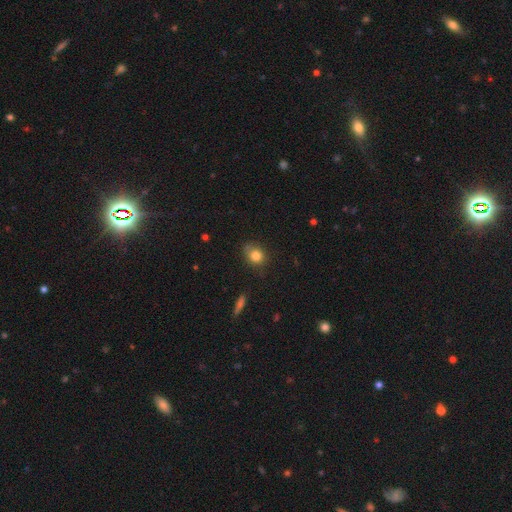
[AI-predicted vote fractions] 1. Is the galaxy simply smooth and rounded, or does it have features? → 82% smooth, 11% star or artifact, 8% featured or disk.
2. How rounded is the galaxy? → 70% round, 29% in between, 1% cigar-shaped.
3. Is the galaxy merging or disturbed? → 74% none, 19% minor disturbance, 4% major disturbance, 3% merger.